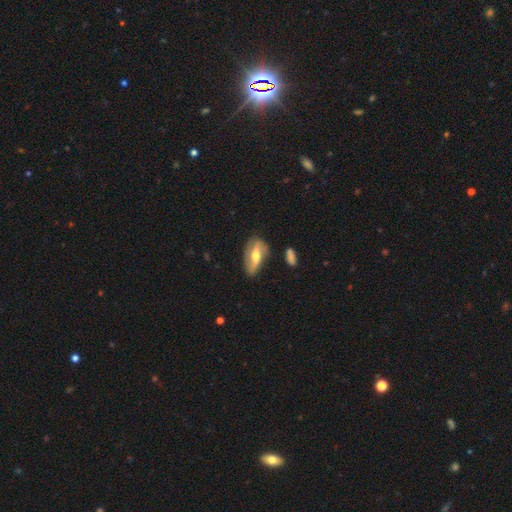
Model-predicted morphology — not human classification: This is likely a featured or disk galaxy (67%). It is clearly not viewed edge-on (84%). Bar: marginally strong (40%). Spiral arm pattern: clearly yes (81%). Central bulge: likely moderate (67%). Merging: likely none (69%).